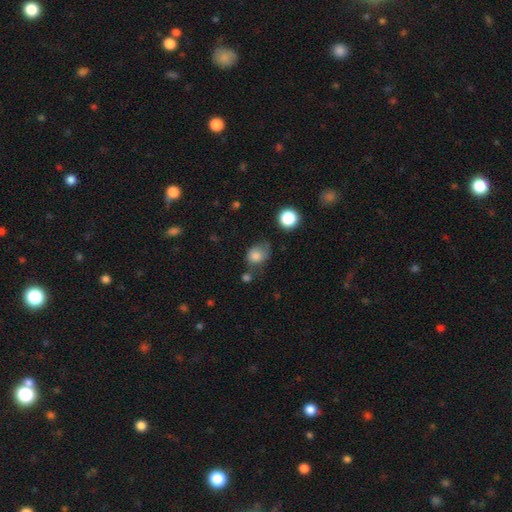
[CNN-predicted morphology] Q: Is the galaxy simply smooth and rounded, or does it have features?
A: smooth — 80%.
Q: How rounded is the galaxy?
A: round — 56%.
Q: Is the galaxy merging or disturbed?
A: none — 45%.